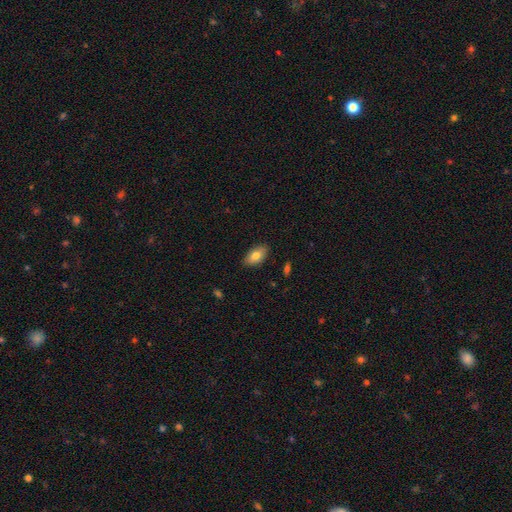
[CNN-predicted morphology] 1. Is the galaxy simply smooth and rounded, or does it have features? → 78% smooth, 15% featured or disk, 7% star or artifact.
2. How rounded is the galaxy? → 92% in between, 4% round, 3% cigar-shaped.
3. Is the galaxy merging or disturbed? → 86% none, 11% minor disturbance, 2% major disturbance, 1% merger.